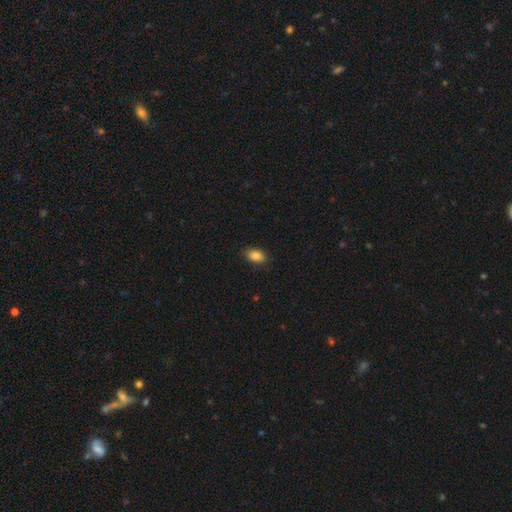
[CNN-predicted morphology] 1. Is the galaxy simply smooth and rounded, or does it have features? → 87% smooth, 8% star or artifact, 5% featured or disk.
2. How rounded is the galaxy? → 89% in between, 9% round, 2% cigar-shaped.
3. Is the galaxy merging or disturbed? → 86% none, 11% minor disturbance, 2% major disturbance, 1% merger.